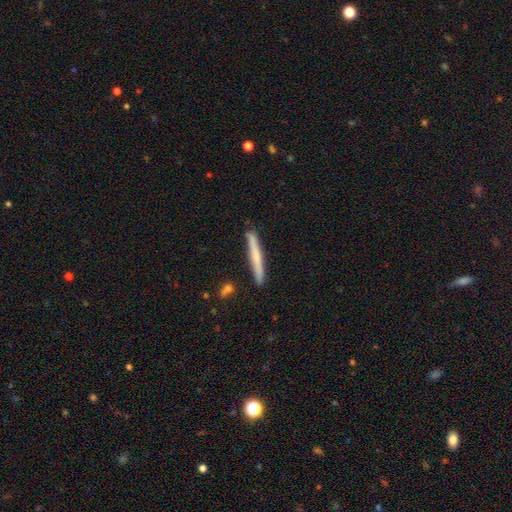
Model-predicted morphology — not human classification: Smooth or featured? smooth (57%)
How rounded? cigar-shaped (97%)
Merging? none (90%)